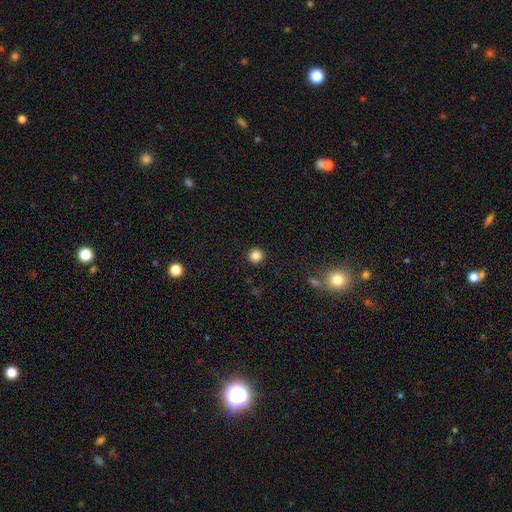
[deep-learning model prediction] Smooth or featured?
  - smooth: 85% *
  - star or artifact: 11%
  - featured or disk: 4%
How rounded?
  - round: 95% *
  - in between: 4%
  - cigar-shaped: 1%
Merging?
  - none: 93% *
  - minor disturbance: 5%
  - major disturbance: 2%
  - merger: 1%